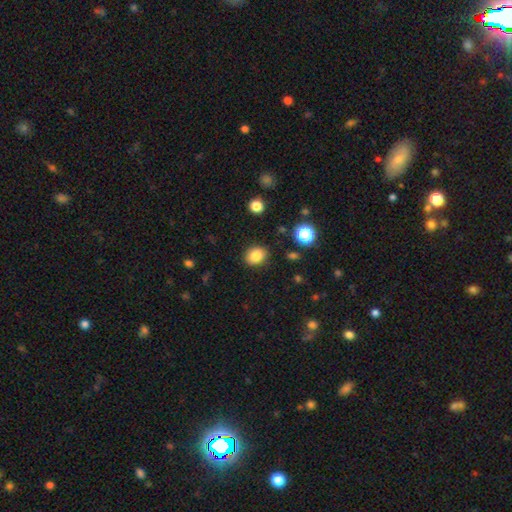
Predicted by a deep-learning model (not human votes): Overall: smooth (84%). How rounded: round (54%; in between 45%). Merging: none (88%).